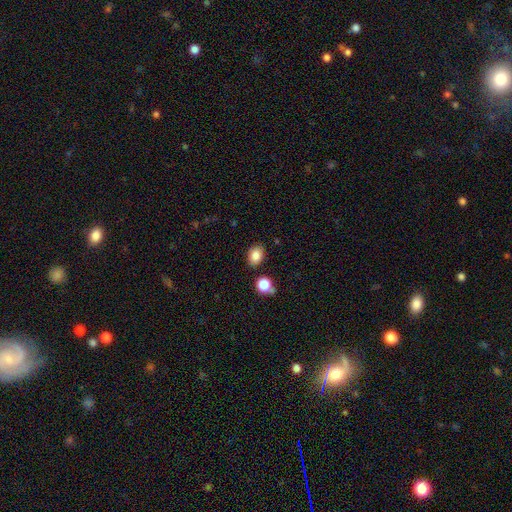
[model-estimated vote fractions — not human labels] A smooth galaxy with no disk features (84%) that is in between round and cigar-shaped (69%).

Vote fractions:
- Smooth or featured? smooth: 84% / star or artifact: 10% / featured or disk: 6%
- How rounded? in between: 69% / round: 30% / cigar-shaped: 1%
- Merging? none: 82% / minor disturbance: 10% / merger: 4% / major disturbance: 3%